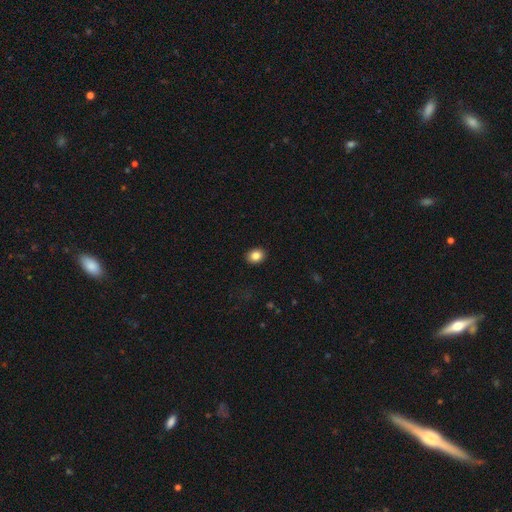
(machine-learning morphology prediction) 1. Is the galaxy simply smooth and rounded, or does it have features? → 85% smooth, 9% star or artifact, 6% featured or disk.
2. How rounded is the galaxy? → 53% in between, 47% round, 1% cigar-shaped.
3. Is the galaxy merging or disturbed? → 91% none, 7% minor disturbance, 2% major disturbance, 1% merger.